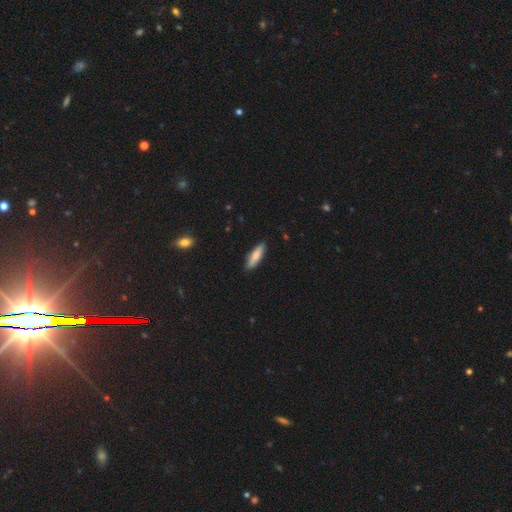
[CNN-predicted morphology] The model was most divided on "how rounded": cigar-shaped: 59%, in between: 39%, round: 2%. More confident: merging — none (87%); smooth or featured — smooth (80%).